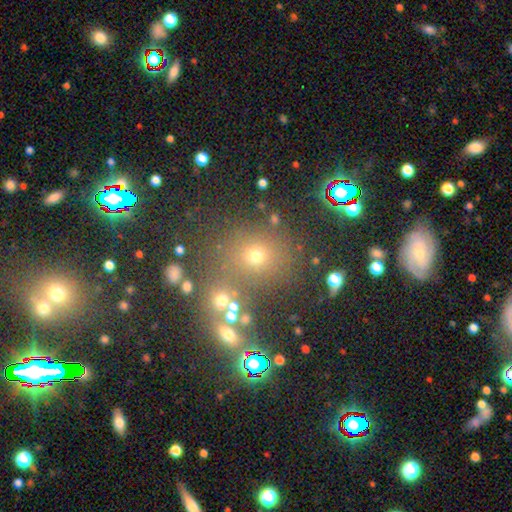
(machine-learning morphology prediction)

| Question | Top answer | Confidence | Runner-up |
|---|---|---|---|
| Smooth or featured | star or artifact | 45% | smooth (44%) |